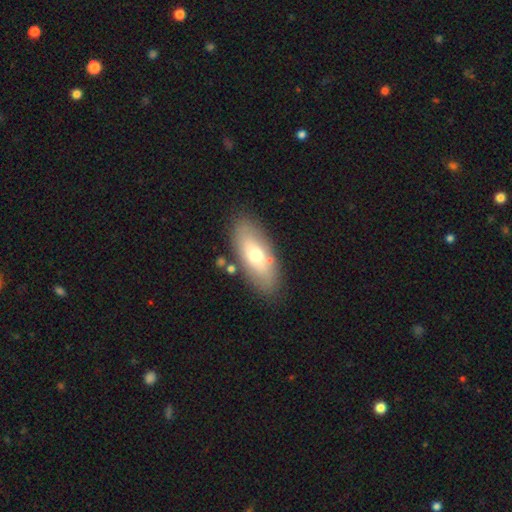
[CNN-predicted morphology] A smooth galaxy with no disk features (60%) that is in between round and cigar-shaped (82%).

Vote fractions:
- Smooth or featured? smooth: 60% / featured or disk: 33% / star or artifact: 7%
- How rounded? in between: 82% / cigar-shaped: 15% / round: 3%
- Merging? none: 81% / minor disturbance: 11% / merger: 4% / major disturbance: 3%